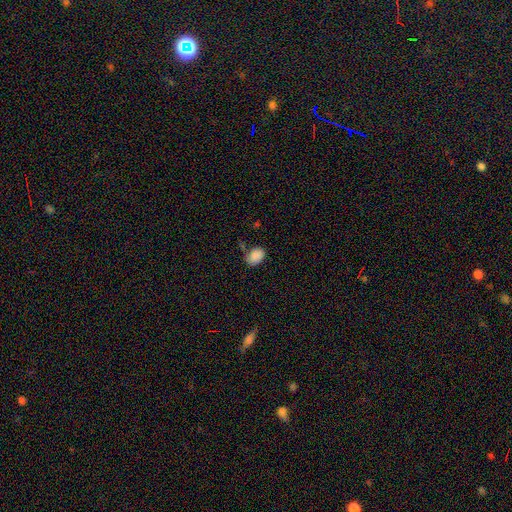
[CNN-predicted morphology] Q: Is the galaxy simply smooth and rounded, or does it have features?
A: smooth — 86%.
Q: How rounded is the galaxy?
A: in between — 78%.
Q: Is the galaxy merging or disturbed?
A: none — 59%.